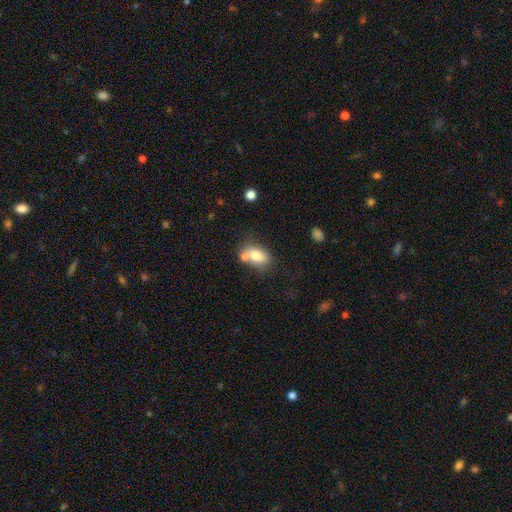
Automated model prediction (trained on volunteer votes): Smooth or featured: smooth — 75% (featured or disk — 16%)
How rounded: in between — 80% (round — 18%)
Merging: none — 47% (merger — 33%)